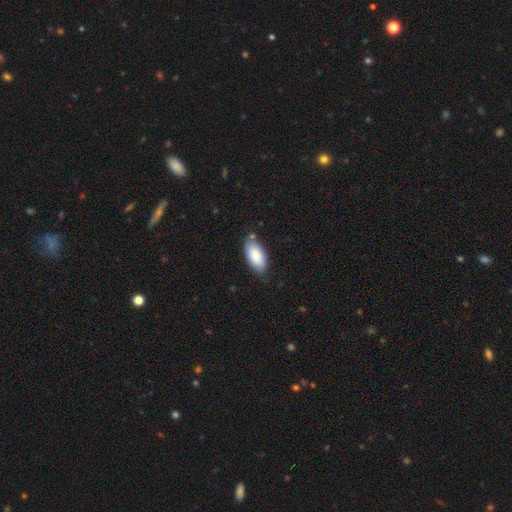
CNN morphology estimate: smooth_or_featured: smooth (p=0.85) [alt: featured or disk p=0.09]
how_rounded: in between (p=0.92) [alt: cigar-shaped p=0.06]
merging: none (p=0.74) [alt: minor disturbance p=0.20]